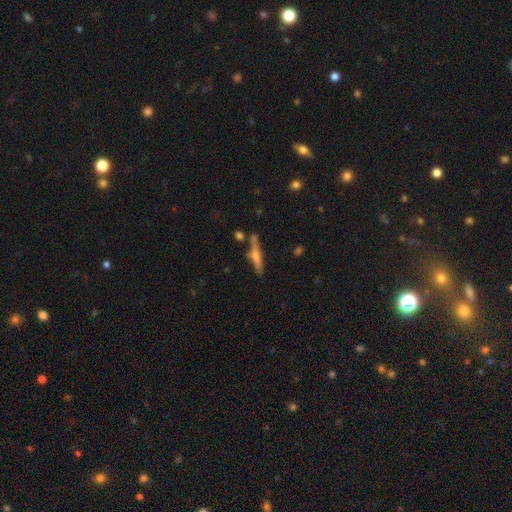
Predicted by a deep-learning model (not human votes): A featured or disk galaxy (53%) viewed edge-on (94%).

Vote fractions:
- Smooth or featured? featured or disk: 53% / smooth: 39% / star or artifact: 8%
- Edge-on disk? yes: 94% / no: 6%
- Merging? none: 75% / minor disturbance: 13% / merger: 9% / major disturbance: 4%